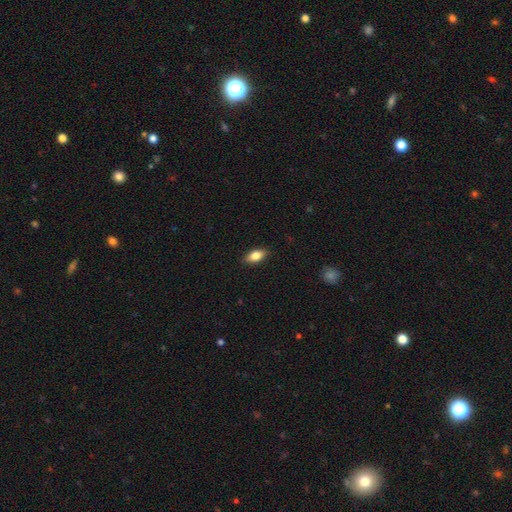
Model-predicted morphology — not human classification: Smooth or featured?
  - smooth: 77% *
  - featured or disk: 16%
  - star or artifact: 7%
How rounded?
  - in between: 86% *
  - cigar-shaped: 9%
  - round: 5%
Merging?
  - none: 88% *
  - minor disturbance: 10%
  - major disturbance: 2%
  - merger: 1%